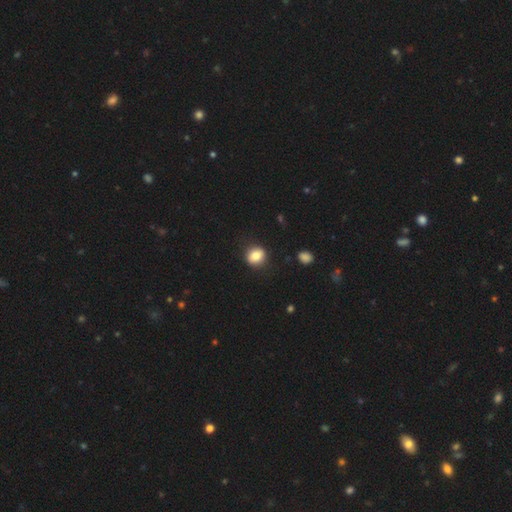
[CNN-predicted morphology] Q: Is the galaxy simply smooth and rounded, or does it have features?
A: smooth — 83%.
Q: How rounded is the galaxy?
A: round — 68%.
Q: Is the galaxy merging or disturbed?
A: none — 84%.